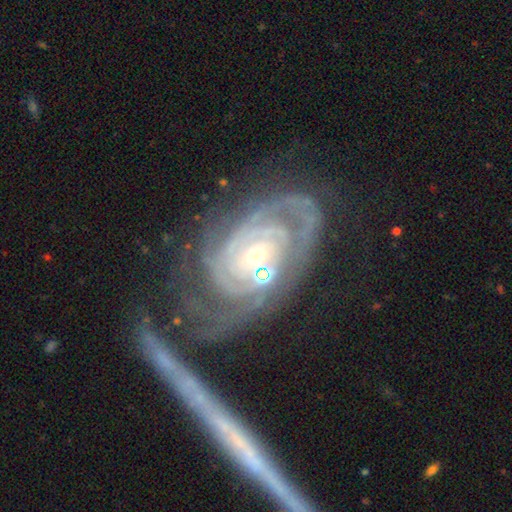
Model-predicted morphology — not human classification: This appears to be a featured or disk galaxy (88%) with no bar (63%), 2 (35%) tight (79%) spiral arms (97%) and a small central bulge (62%). Merging: none (47%).